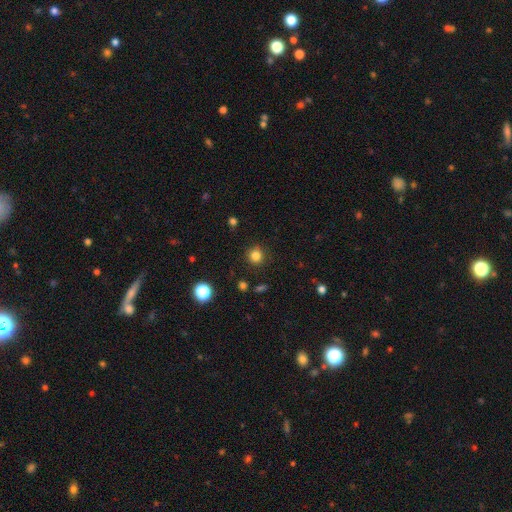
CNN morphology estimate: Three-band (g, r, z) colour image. It shows a smooth galaxy with no disk features (82%) that is round (93%). Merging: none (90%).